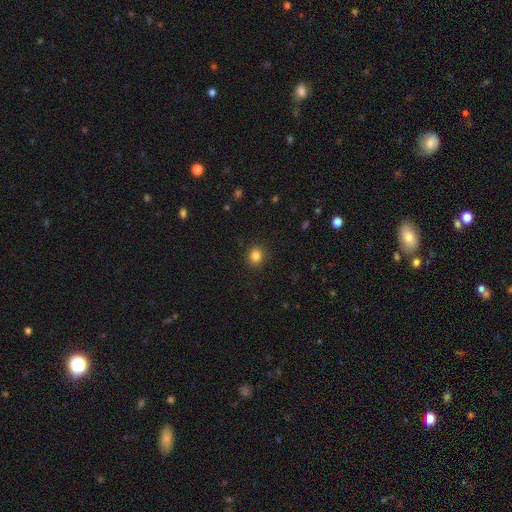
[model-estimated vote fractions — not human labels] smooth 84%, star or artifact 12%, featured or disk 5%. Down the decision tree: how rounded — round (80%); merging — none (90%).